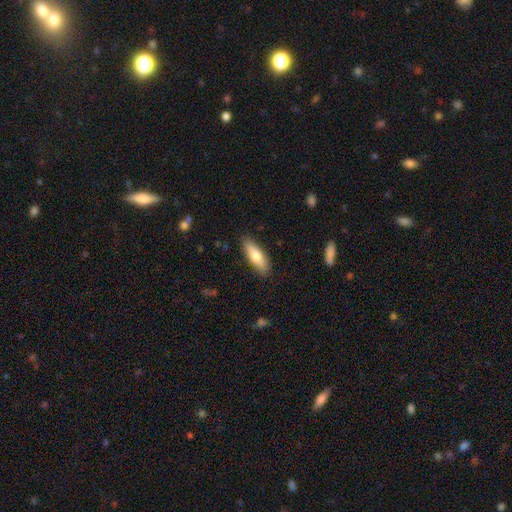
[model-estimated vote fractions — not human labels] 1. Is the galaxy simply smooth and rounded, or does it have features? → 75% smooth, 20% featured or disk, 6% star or artifact.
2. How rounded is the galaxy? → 58% in between, 40% cigar-shaped, 2% round.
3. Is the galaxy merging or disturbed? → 86% none, 11% minor disturbance, 2% major disturbance, 1% merger.